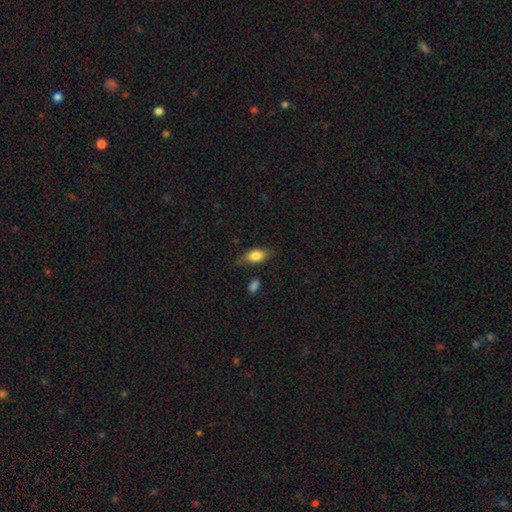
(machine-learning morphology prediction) The model was most divided on "merging": none: 65%, minor disturbance: 25%, major disturbance: 7%, merger: 4%. More confident: how rounded — in between (84%); smooth or featured — smooth (78%).